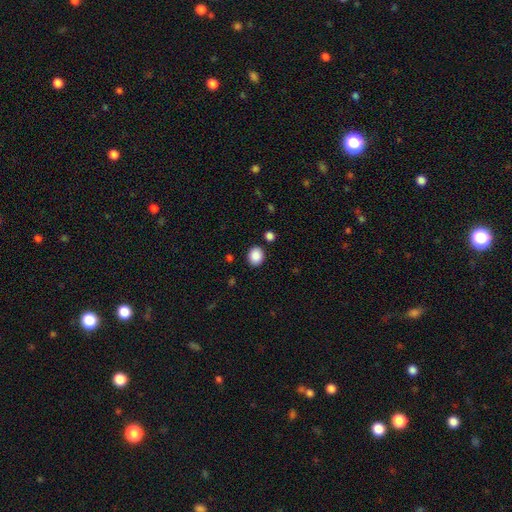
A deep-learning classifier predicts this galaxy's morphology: A smooth galaxy with no disk features (88%) that is round (61%).

Vote fractions:
- Smooth or featured? smooth: 88% / star or artifact: 8% / featured or disk: 3%
- How rounded? round: 61% / in between: 38% / cigar-shaped: 1%
- Merging? none: 87% / minor disturbance: 8% / merger: 3% / major disturbance: 3%